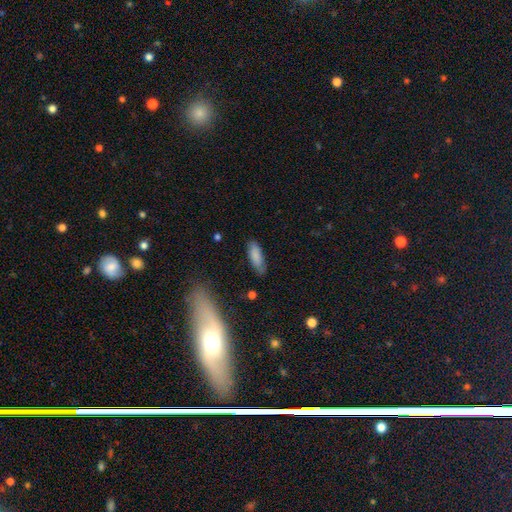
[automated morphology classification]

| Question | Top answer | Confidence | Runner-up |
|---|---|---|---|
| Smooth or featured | smooth | 84% | featured or disk (9%) |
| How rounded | in between | 56% | cigar-shaped (43%) |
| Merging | none | 75% | minor disturbance (19%) |